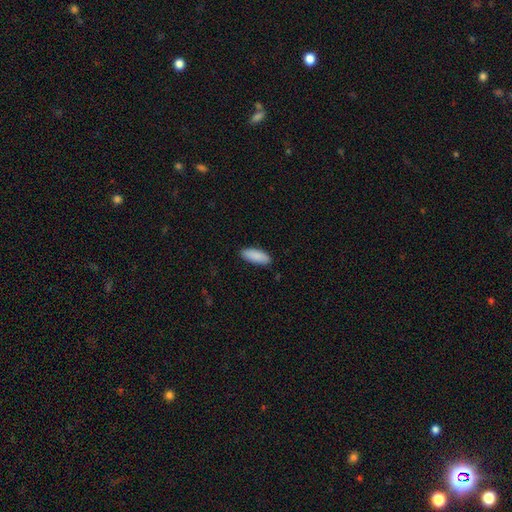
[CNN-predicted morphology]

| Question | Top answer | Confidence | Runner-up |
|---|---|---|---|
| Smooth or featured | smooth | 90% | star or artifact (6%) |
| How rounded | in between | 73% | cigar-shaped (25%) |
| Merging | none | 89% | minor disturbance (8%) |